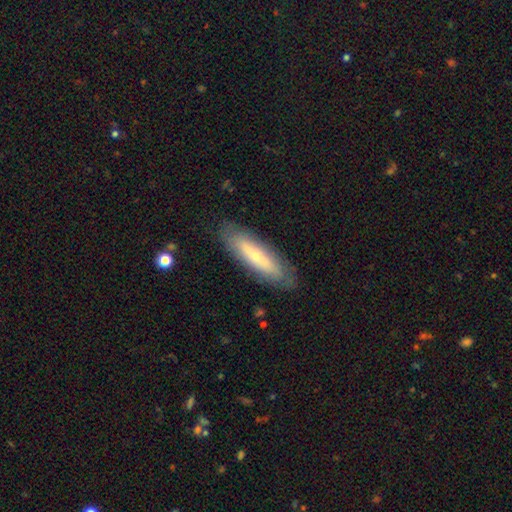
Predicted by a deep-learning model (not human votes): Smooth or featured?
  - smooth: 53% *
  - featured or disk: 40%
  - star or artifact: 6%
How rounded?
  - cigar-shaped: 67% *
  - in between: 31%
  - round: 2%
Merging?
  - none: 84% *
  - minor disturbance: 11%
  - major disturbance: 3%
  - merger: 1%